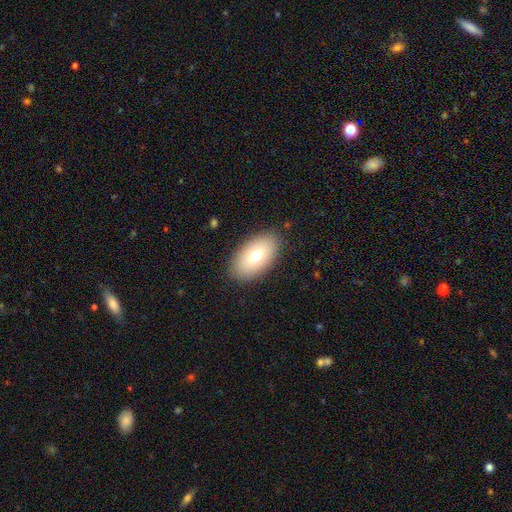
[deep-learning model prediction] Smooth or featured? smooth (72%)
How rounded? in between (94%)
Merging? none (87%)